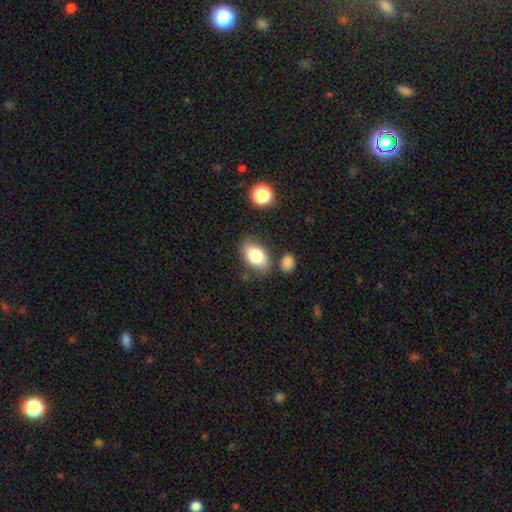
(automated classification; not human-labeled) Smooth or featured?
  - smooth: 82% *
  - featured or disk: 11%
  - star or artifact: 7%
How rounded?
  - in between: 89% *
  - round: 9%
  - cigar-shaped: 2%
Merging?
  - none: 75% *
  - minor disturbance: 15%
  - merger: 6%
  - major disturbance: 4%